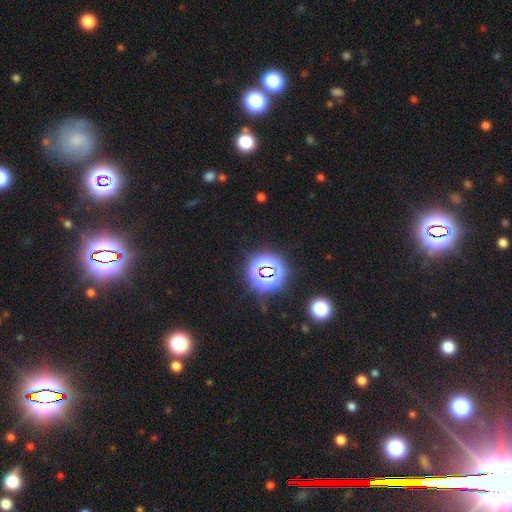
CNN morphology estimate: A star or artifact, not a galaxy (77%).

Vote fractions:
- Smooth or featured? star or artifact: 77% / smooth: 15% / featured or disk: 8%